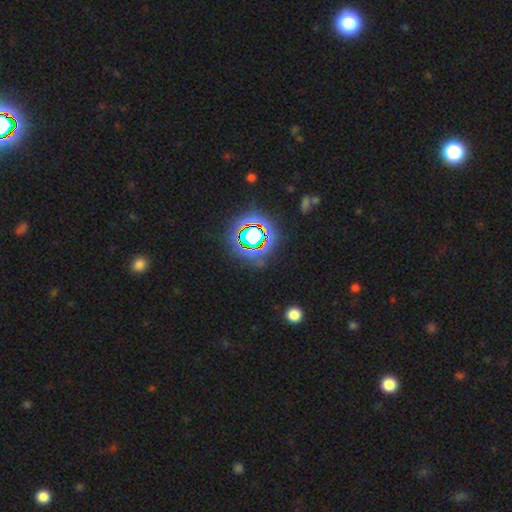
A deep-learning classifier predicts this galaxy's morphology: Q: Smooth or featured?
A: star or artifact (77%); runner-up: smooth (13%)